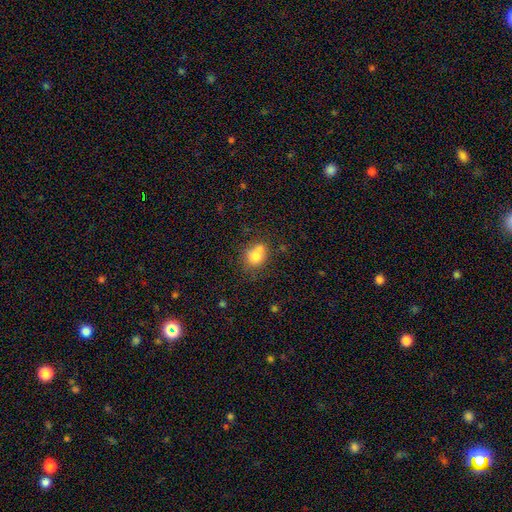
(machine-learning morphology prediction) smooth-or-featured: smooth: 78% | featured or disk: 12% | star or artifact: 11%
  how-rounded: in between: 50% | round: 48% | cigar-shaped: 1%
  merging: none: 52% | minor disturbance: 22% | merger: 18% | major disturbance: 7%